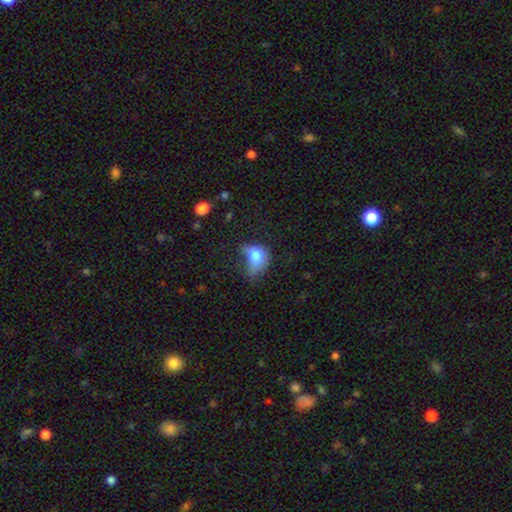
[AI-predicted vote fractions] Smooth or featured?
  - smooth: 75% *
  - featured or disk: 15%
  - star or artifact: 10%
How rounded?
  - in between: 62% *
  - round: 36%
  - cigar-shaped: 2%
Merging?
  - major disturbance: 39% *
  - minor disturbance: 33%
  - none: 22%
  - merger: 6%